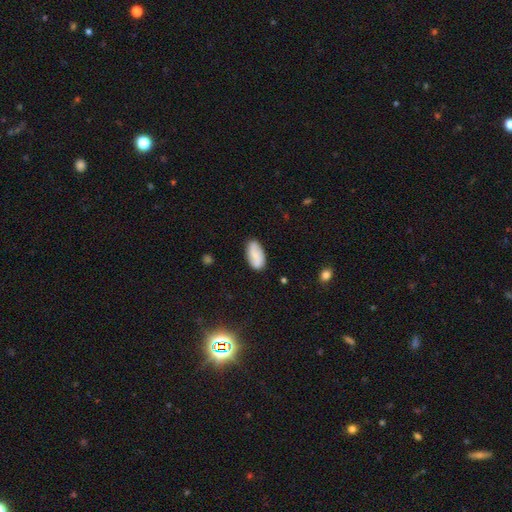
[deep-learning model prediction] Overall: smooth (70%). How rounded: in between (93%). Merging: none (80%).